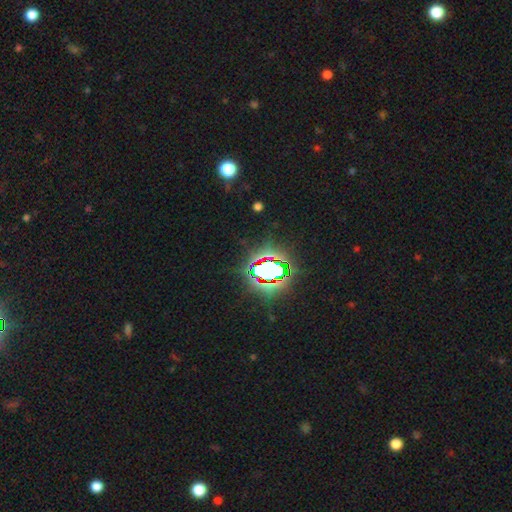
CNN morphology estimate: star or artifact 78%, smooth 13%, featured or disk 9%.